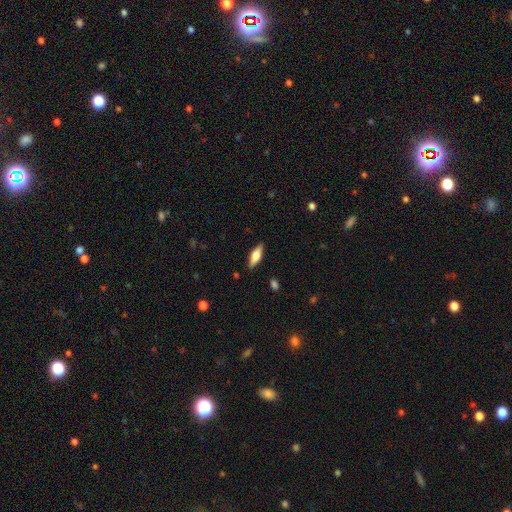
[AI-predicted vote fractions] Smooth or featured? smooth (63%)
How rounded? in between (60%)
Merging? none (87%)